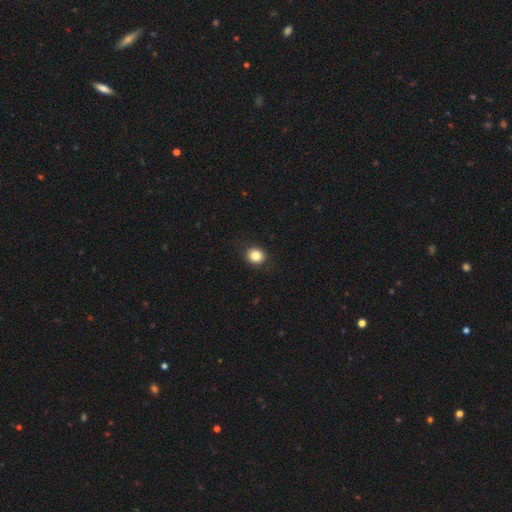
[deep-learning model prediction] Overall: smooth (83%). How rounded: round (80%). Merging: none (89%).